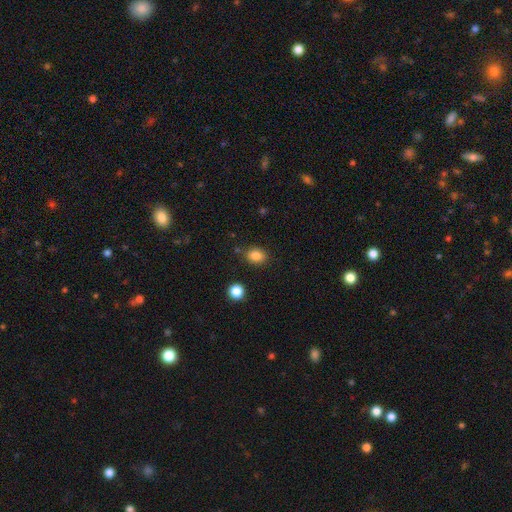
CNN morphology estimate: smooth_or_featured: smooth (p=0.85) [alt: star or artifact p=0.11]
how_rounded: in between (p=0.58) [alt: round p=0.41]
merging: none (p=0.82) [alt: minor disturbance p=0.11]